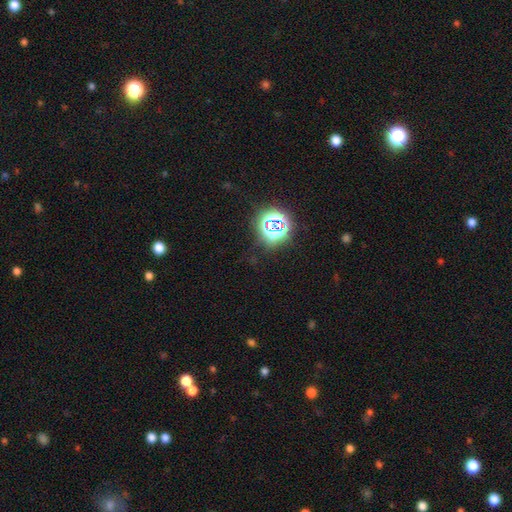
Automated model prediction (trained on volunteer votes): smooth-or-featured: star or artifact: 76% | smooth: 17% | featured or disk: 7%